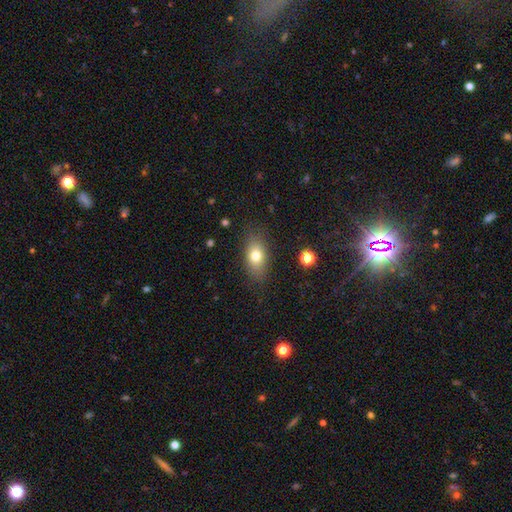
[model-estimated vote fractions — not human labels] smooth_or_featured: smooth (p=0.75) [alt: featured or disk p=0.15]
how_rounded: in between (p=0.81) [alt: round p=0.13]
merging: none (p=0.82) [alt: minor disturbance p=0.12]